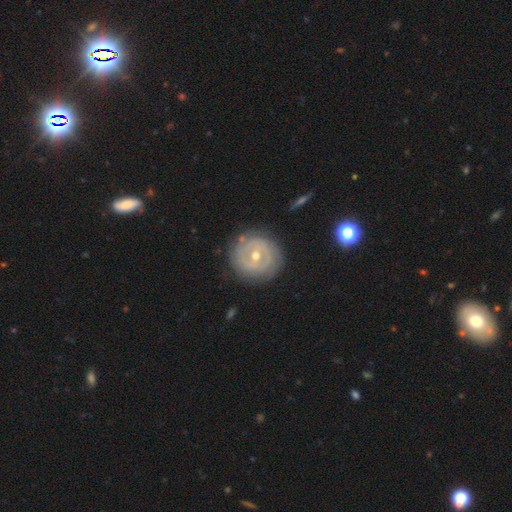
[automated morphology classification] Smooth or featured? Predicted: featured or disk (p=0.75). Edge-on disk? Predicted: no (p=0.97). Bar? Predicted: no (p=0.50). Spiral arms? Predicted: yes (p=0.70). Spiral winding? Predicted: tight (p=0.70). Spiral arm count? Predicted: 2 (p=0.49). Bulge size? Predicted: small (p=0.50). Merging? Predicted: none (p=0.82).